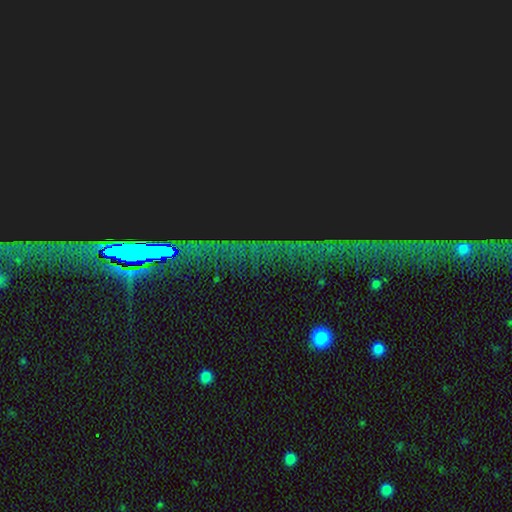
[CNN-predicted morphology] Smooth or featured? Predicted: star or artifact (p=0.82).